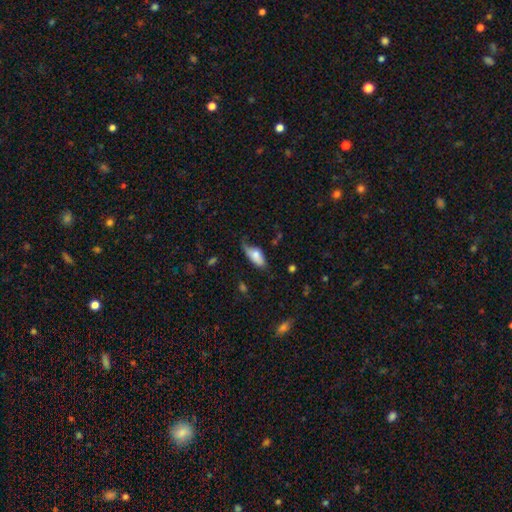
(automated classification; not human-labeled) A smooth galaxy with no disk features (73%) that is in between round and cigar-shaped (83%).

Vote fractions:
- Smooth or featured? smooth: 73% / featured or disk: 20% / star or artifact: 7%
- How rounded? in between: 83% / cigar-shaped: 14% / round: 3%
- Merging? none: 40% / minor disturbance: 39% / major disturbance: 18% / merger: 3%